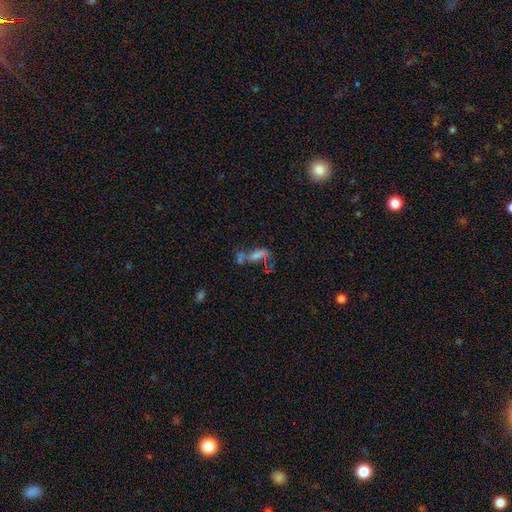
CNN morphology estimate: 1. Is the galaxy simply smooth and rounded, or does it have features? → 41% featured or disk, 35% smooth, 24% star or artifact.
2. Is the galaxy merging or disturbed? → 42% merger, 27% none, 19% major disturbance, 12% minor disturbance.